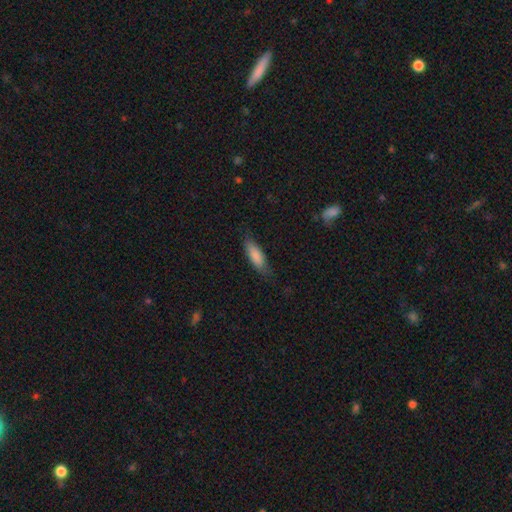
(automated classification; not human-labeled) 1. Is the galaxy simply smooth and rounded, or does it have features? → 84% smooth, 10% featured or disk, 6% star or artifact.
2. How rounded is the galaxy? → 59% in between, 39% cigar-shaped, 2% round.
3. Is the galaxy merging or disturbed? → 76% none, 18% minor disturbance, 4% major disturbance, 1% merger.